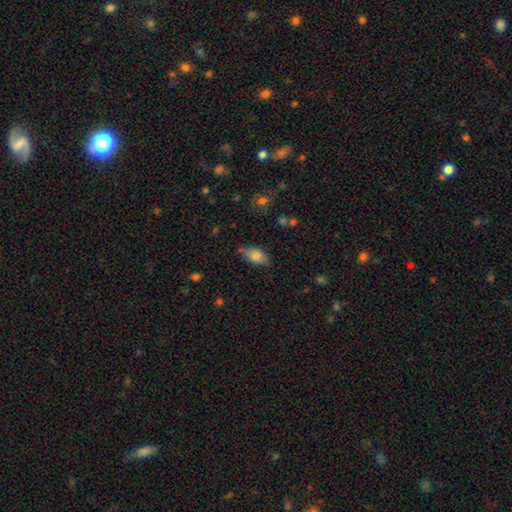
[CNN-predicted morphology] smooth_or_featured: smooth (p=0.77) [alt: featured or disk p=0.15]
how_rounded: in between (p=0.89) [alt: cigar-shaped p=0.06]
merging: none (p=0.67) [alt: minor disturbance p=0.25]